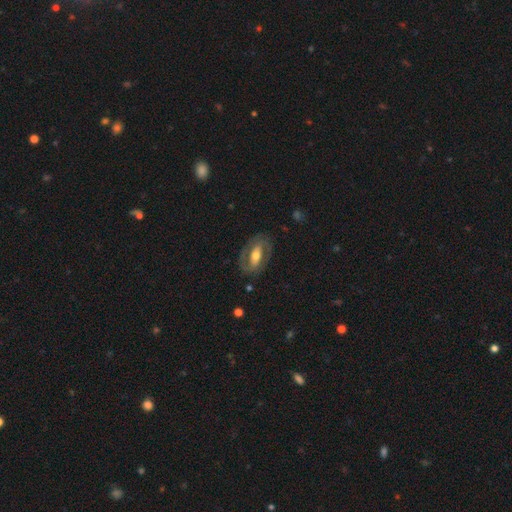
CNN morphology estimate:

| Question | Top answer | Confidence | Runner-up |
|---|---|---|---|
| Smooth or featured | featured or disk | 72% | smooth (22%) |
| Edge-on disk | no | 92% | yes (8%) |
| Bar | strong | 42% | weak (31%) |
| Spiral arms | yes | 75% | no (25%) |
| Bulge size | moderate | 64% | small (19%) |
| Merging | none | 77% | minor disturbance (14%) |